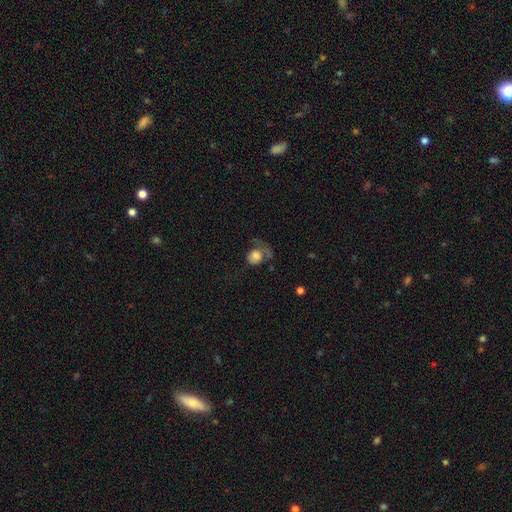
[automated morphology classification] type=smooth (68%); roundness=round (65%); merging=major disturbance (47%).